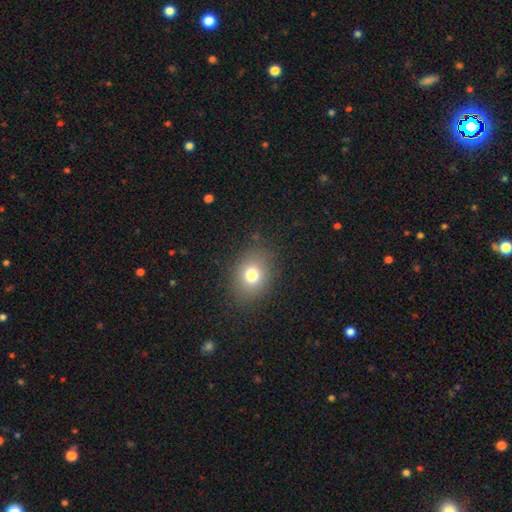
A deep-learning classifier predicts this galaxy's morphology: A smooth galaxy with no disk features (71%) that is round (54%).

Vote fractions:
- Smooth or featured? smooth: 71% / star or artifact: 20% / featured or disk: 8%
- How rounded? round: 54% / in between: 45% / cigar-shaped: 1%
- Merging? none: 89% / minor disturbance: 8% / major disturbance: 2% / merger: 1%